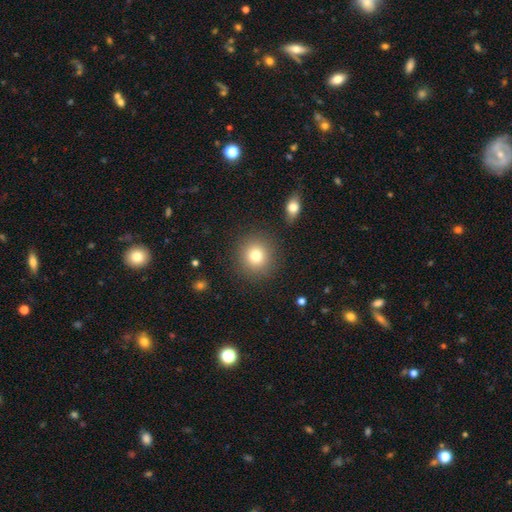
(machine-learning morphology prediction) smooth_or_featured: smooth (p=0.79) [alt: star or artifact p=0.12]
how_rounded: round (p=0.89) [alt: in between p=0.10]
merging: none (p=0.88) [alt: minor disturbance p=0.07]